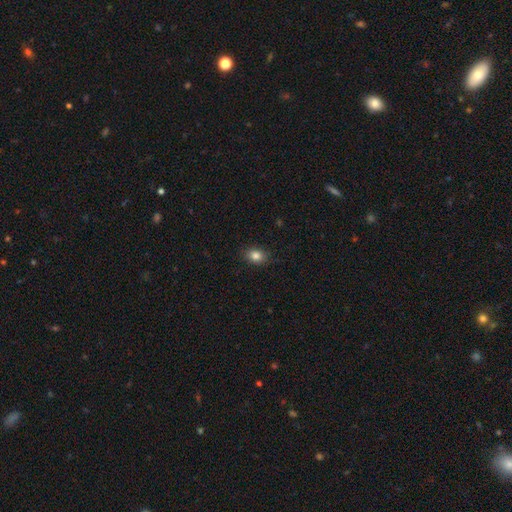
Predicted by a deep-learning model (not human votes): Smooth or featured? Predicted: smooth (p=0.84). How rounded? Predicted: in between (p=0.61). Merging? Predicted: none (p=0.86).